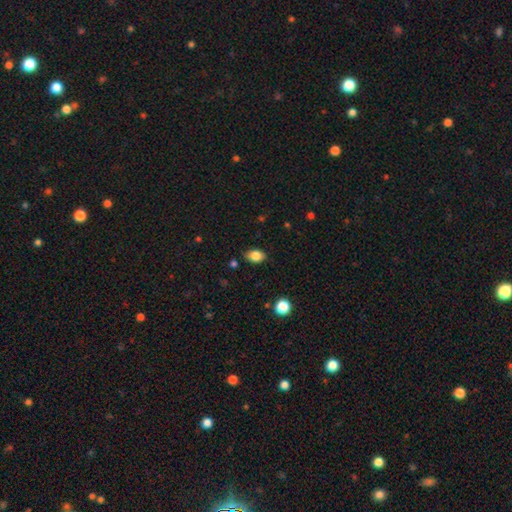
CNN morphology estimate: Smooth or featured? Predicted: smooth (p=0.84). How rounded? Predicted: in between (p=0.81). Merging? Predicted: none (p=0.83).